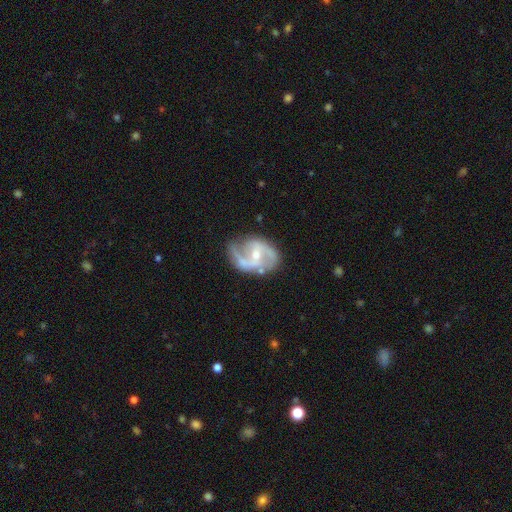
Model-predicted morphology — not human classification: This is clearly a featured or disk galaxy (88%). It is clearly not viewed edge-on (97%). Bar: possibly weak (49%). Spiral arm pattern: clearly yes (95%). Spiral arm count: clearly 2 (86%). Spiral winding: possibly medium (52%). Central bulge: possibly small (52%). Merging: likely none (67%).